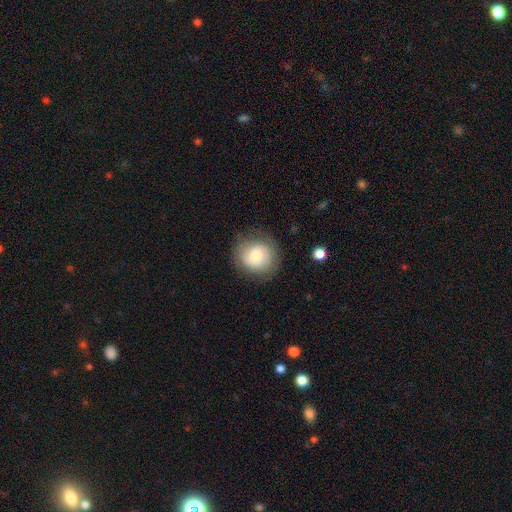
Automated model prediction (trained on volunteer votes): Q: Smooth or featured?
A: smooth (68%); runner-up: featured or disk (23%)
Q: How rounded?
A: round (87%); runner-up: in between (12%)
Q: Merging?
A: none (79%); runner-up: minor disturbance (14%)